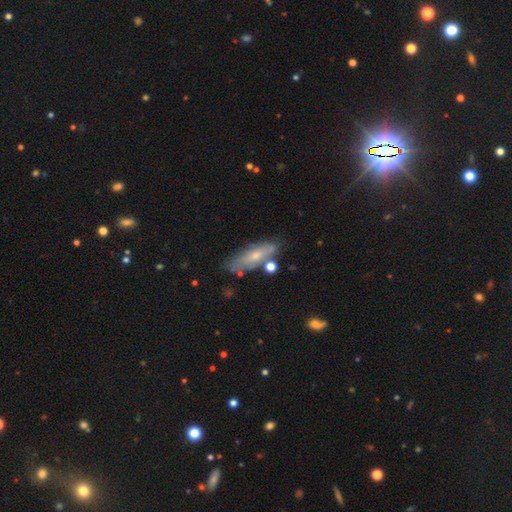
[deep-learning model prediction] Overall: smooth (51%; featured or disk 42%). How rounded: in between (57%; cigar-shaped 40%). Merging: none (67%).